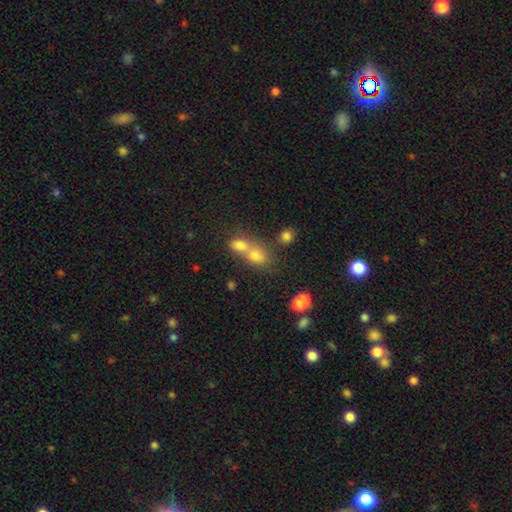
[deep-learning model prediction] Smooth or featured: smooth — 72% (star or artifact — 15%)
How rounded: in between — 62% (round — 35%)
Merging: merger — 63% (none — 26%)